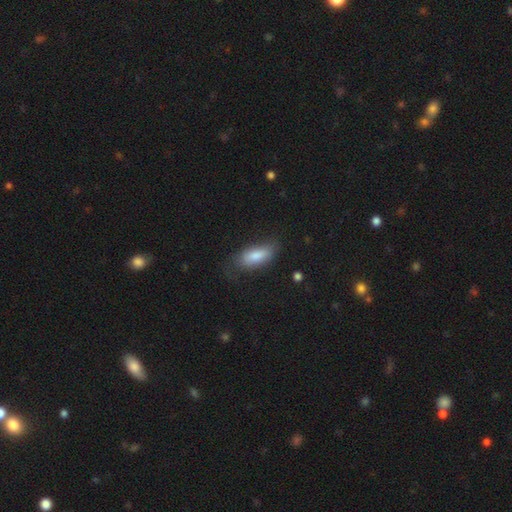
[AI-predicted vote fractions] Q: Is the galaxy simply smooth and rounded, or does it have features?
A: smooth — 79%.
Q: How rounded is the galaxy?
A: in between — 79%.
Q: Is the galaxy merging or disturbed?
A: none — 62%.